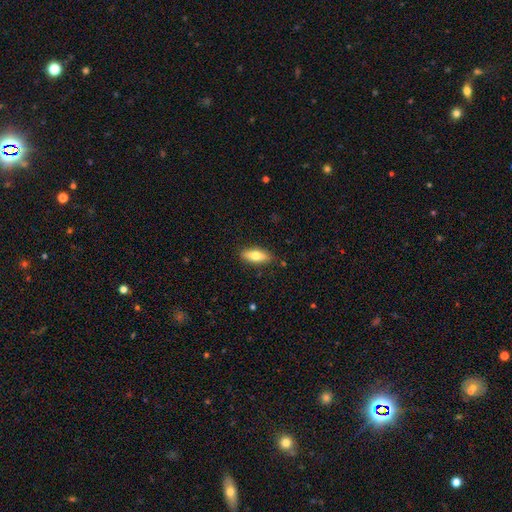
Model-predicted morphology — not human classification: Q: Smooth or featured?
A: smooth (72%); runner-up: featured or disk (21%)
Q: How rounded?
A: in between (70%); runner-up: cigar-shaped (28%)
Q: Merging?
A: none (86%); runner-up: minor disturbance (11%)